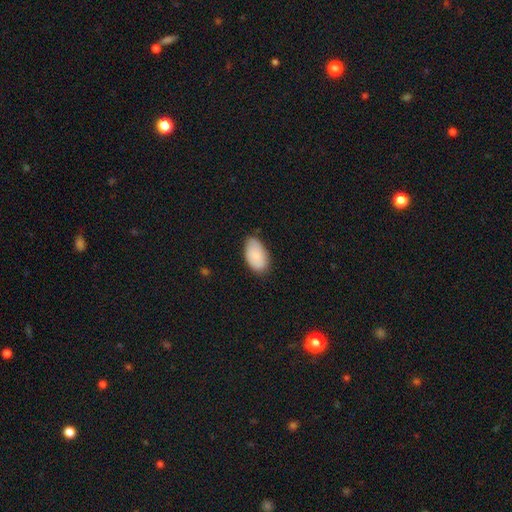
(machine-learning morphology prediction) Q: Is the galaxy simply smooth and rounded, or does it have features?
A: smooth — 83%.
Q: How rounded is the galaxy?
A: in between — 95%.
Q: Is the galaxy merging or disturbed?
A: none — 71%.